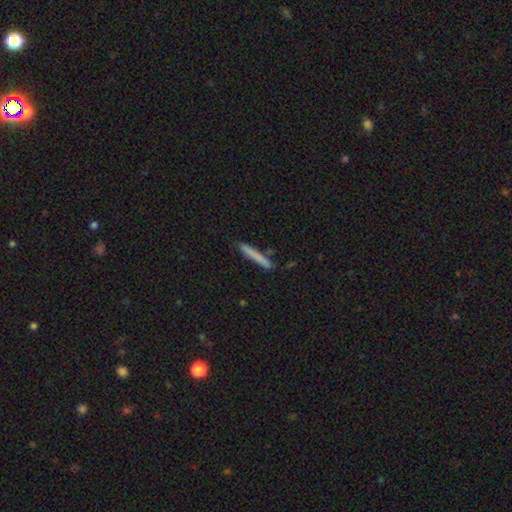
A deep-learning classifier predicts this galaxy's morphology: type=smooth (76%); roundness=cigar-shaped (96%); merging=none (87%).